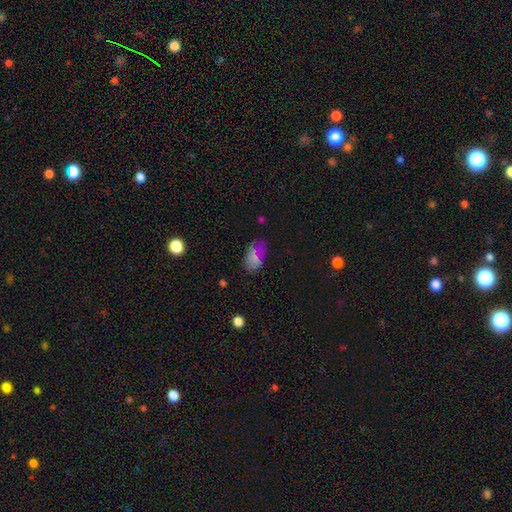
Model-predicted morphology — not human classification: smooth-or-featured: smooth: 69% | star or artifact: 17% | featured or disk: 14%
  how-rounded: in between: 93% | round: 5% | cigar-shaped: 2%
  merging: none: 67% | minor disturbance: 22% | major disturbance: 8% | merger: 3%